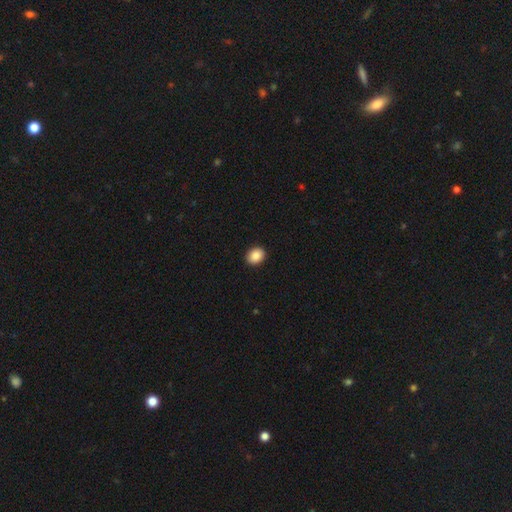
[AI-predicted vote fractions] smooth_or_featured: smooth (p=0.89) [alt: star or artifact p=0.08]
how_rounded: in between (p=0.51) [alt: round p=0.48]
merging: none (p=0.92) [alt: minor disturbance p=0.06]